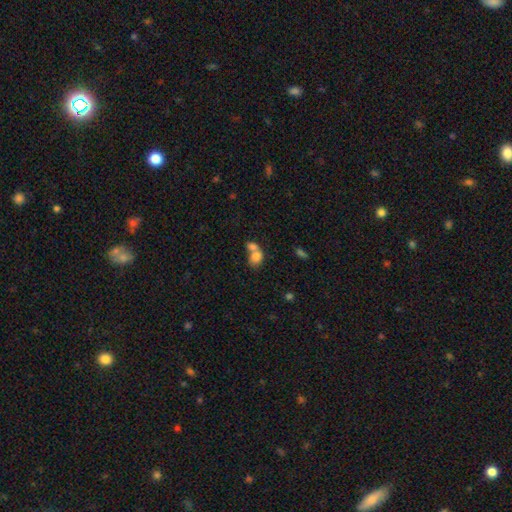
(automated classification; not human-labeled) Smooth or featured?
  - smooth: 79% *
  - featured or disk: 12%
  - star or artifact: 9%
How rounded?
  - in between: 62% *
  - round: 36%
  - cigar-shaped: 1%
Merging?
  - merger: 65% *
  - none: 24%
  - minor disturbance: 7%
  - major disturbance: 4%